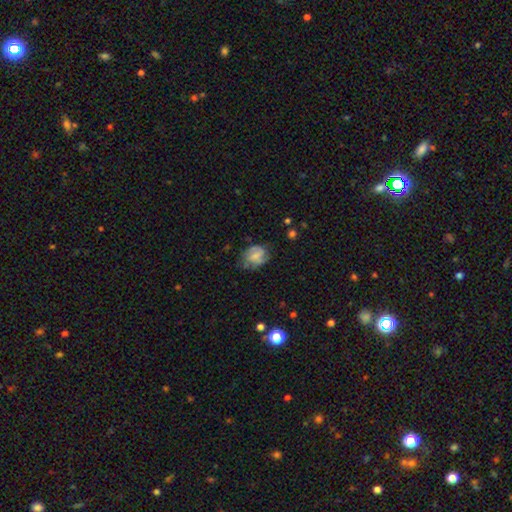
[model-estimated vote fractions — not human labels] This appears to be a featured or disk galaxy (51%). Merging: none (57%).